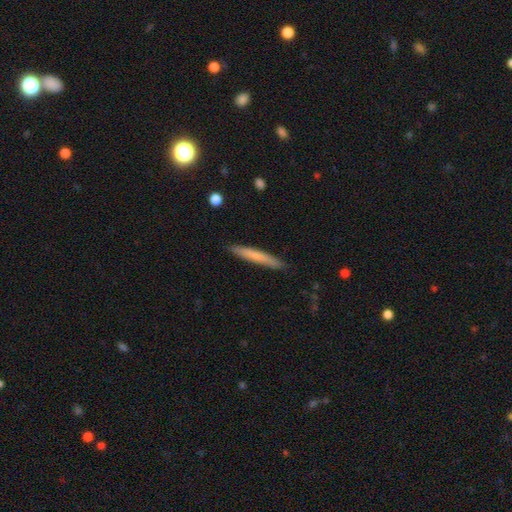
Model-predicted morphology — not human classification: Smooth or featured?
  - smooth: 70% *
  - featured or disk: 25%
  - star or artifact: 6%
How rounded?
  - cigar-shaped: 96% *
  - in between: 3%
  - round: 1%
Merging?
  - none: 89% *
  - minor disturbance: 8%
  - major disturbance: 2%
  - merger: 1%